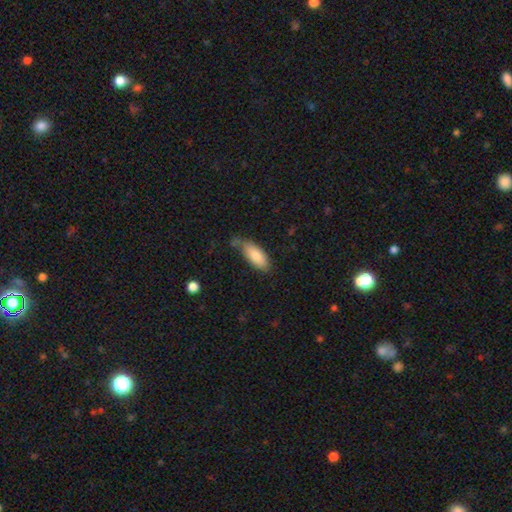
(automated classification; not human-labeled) Morphology: type=smooth (83%); roundness=in between (82%); merging=none (57%).